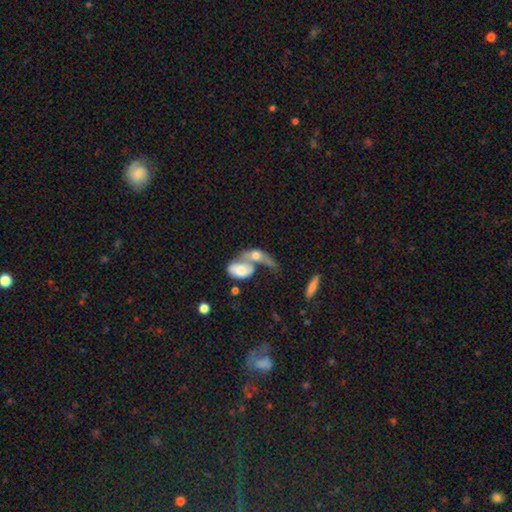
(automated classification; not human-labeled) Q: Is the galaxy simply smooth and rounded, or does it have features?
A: smooth — 58%.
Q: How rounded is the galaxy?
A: in between — 75%.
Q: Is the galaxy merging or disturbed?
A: merger — 70%.